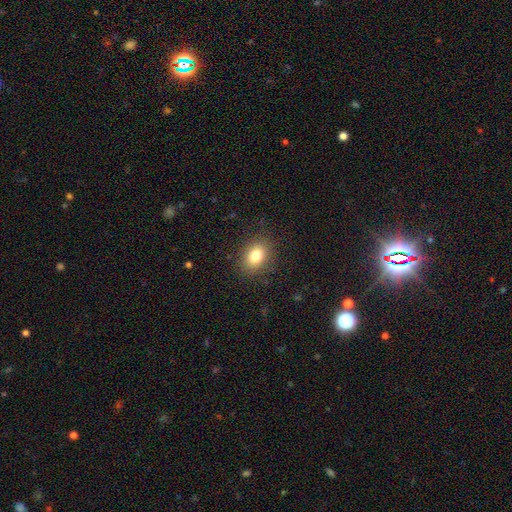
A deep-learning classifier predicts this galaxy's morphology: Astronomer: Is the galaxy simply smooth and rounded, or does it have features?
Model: smooth — 81%.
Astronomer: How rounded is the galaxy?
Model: in between — 70%.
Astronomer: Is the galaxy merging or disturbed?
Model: none — 87%.